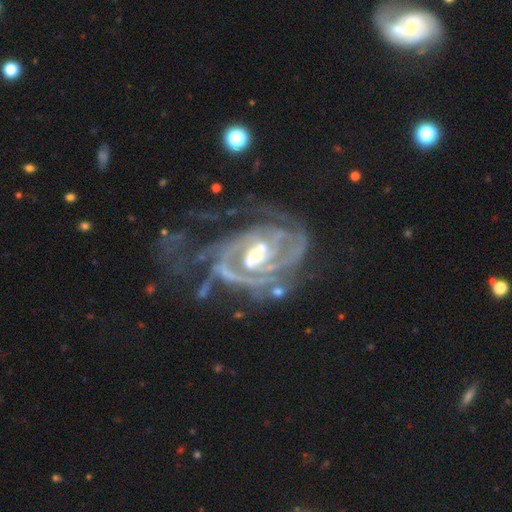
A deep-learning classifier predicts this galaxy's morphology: A featured or disk galaxy (91%) with no bar (45%), 2 (40%) tight (63%) spiral arms (96%) and a moderate central bulge (50%).

Vote fractions:
- Smooth or featured? featured or disk: 91% / star or artifact: 5% / smooth: 4%
- Edge-on disk? no: 97% / yes: 3%
- Bar? no: 45% / weak: 36% / strong: 19%
- Spiral arms? yes: 96% / no: 4%
- Spiral winding? tight: 63% / medium: 30% / loose: 7%
- Spiral arm count? 2: 40% / can't tell: 21% / 3: 20% / 4: 7% / 1: 7% / more than 4: 6%
- Bulge size? moderate: 50% / small: 44% / large: 3% / none: 2% / dominant: 1%
- Merging? major disturbance: 36% / none: 35% / minor disturbance: 21% / merger: 8%